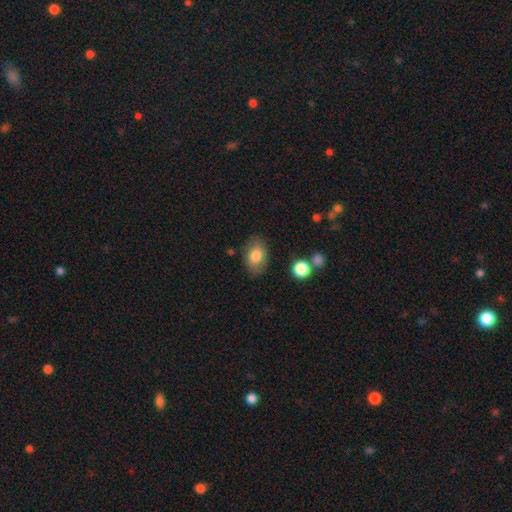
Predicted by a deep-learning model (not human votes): smooth-or-featured: smooth: 80% | featured or disk: 13% | star or artifact: 8%
  how-rounded: in between: 85% | round: 14% | cigar-shaped: 1%
  merging: none: 80% | minor disturbance: 14% | major disturbance: 4% | merger: 2%